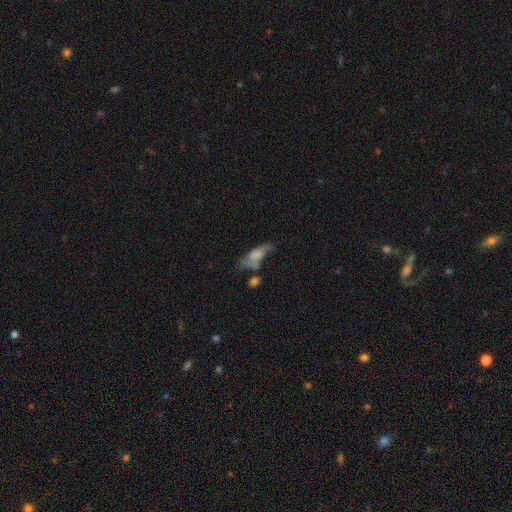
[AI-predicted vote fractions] Smooth or featured? Predicted: smooth (p=0.51). How rounded? Predicted: in between (p=0.73). Merging? Predicted: major disturbance (p=0.32).